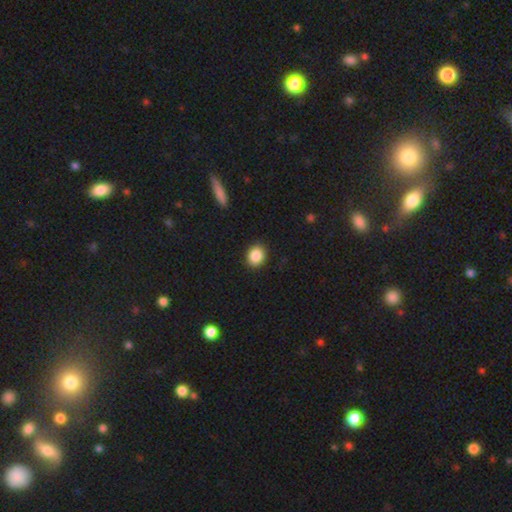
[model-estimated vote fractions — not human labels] Q: Smooth or featured?
A: smooth (88%); runner-up: star or artifact (8%)
Q: How rounded?
A: round (63%); runner-up: in between (36%)
Q: Merging?
A: none (90%); runner-up: minor disturbance (7%)